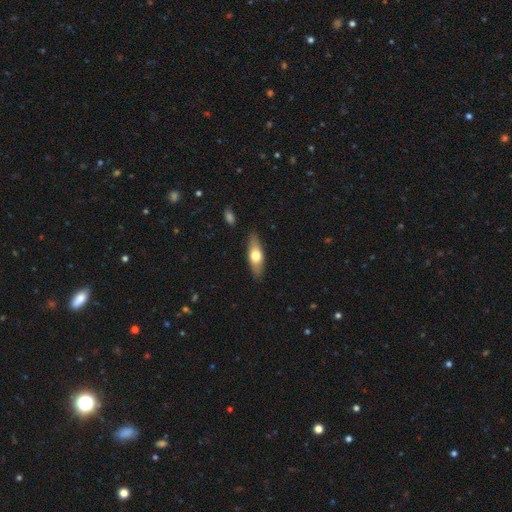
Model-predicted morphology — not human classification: This appears to be a smooth galaxy with no disk features (59%) that is in between round and cigar-shaped (55%). Merging: none (86%).